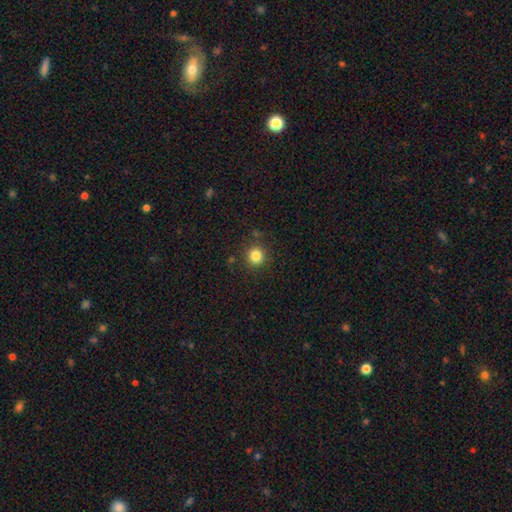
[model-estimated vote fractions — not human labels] A smooth galaxy with no disk features (83%) that is round (93%).

Vote fractions:
- Smooth or featured? smooth: 83% / star or artifact: 12% / featured or disk: 5%
- How rounded? round: 93% / in between: 6% / cigar-shaped: 1%
- Merging? none: 87% / minor disturbance: 8% / major disturbance: 3% / merger: 3%